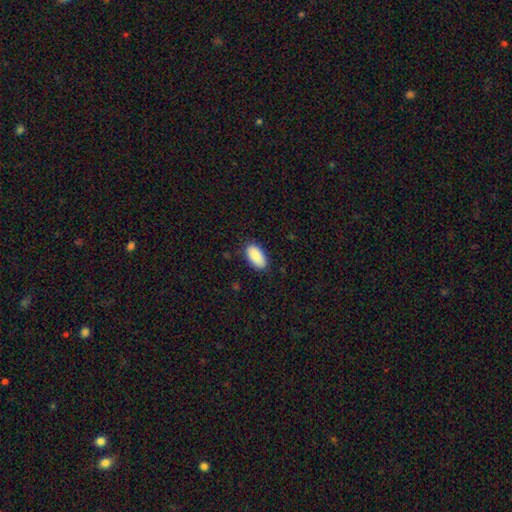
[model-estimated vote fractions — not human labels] smooth-or-featured: smooth: 89% | star or artifact: 6% | featured or disk: 5%
  how-rounded: in between: 95% | cigar-shaped: 3% | round: 2%
  merging: none: 86% | minor disturbance: 11% | major disturbance: 2% | merger: 1%